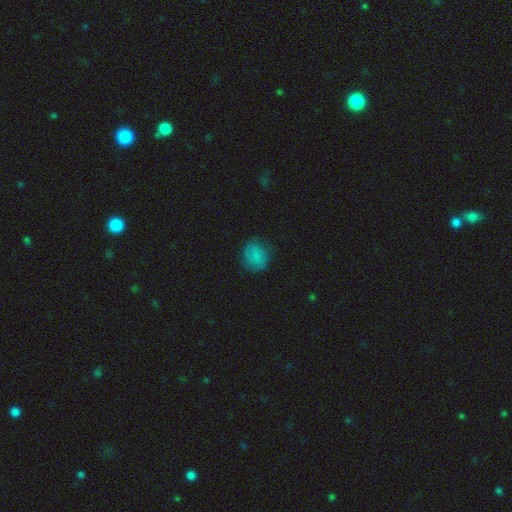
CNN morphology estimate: A smooth galaxy with no disk features (78%) that is round (71%). Merging: none (79%).